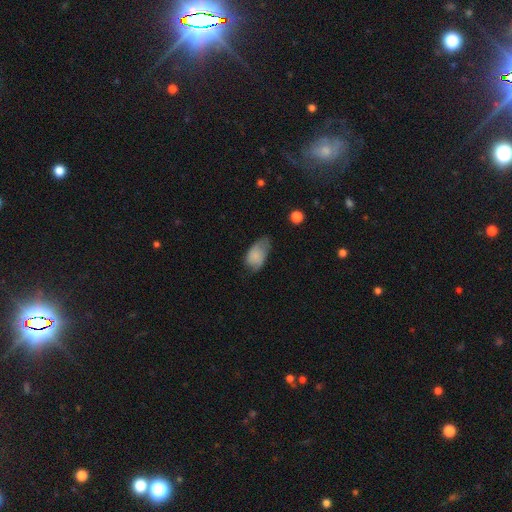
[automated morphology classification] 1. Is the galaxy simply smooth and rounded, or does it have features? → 75% smooth, 17% featured or disk, 8% star or artifact.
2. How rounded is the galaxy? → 92% in between, 6% round, 2% cigar-shaped.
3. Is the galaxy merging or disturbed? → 43% none, 39% minor disturbance, 16% major disturbance, 2% merger.